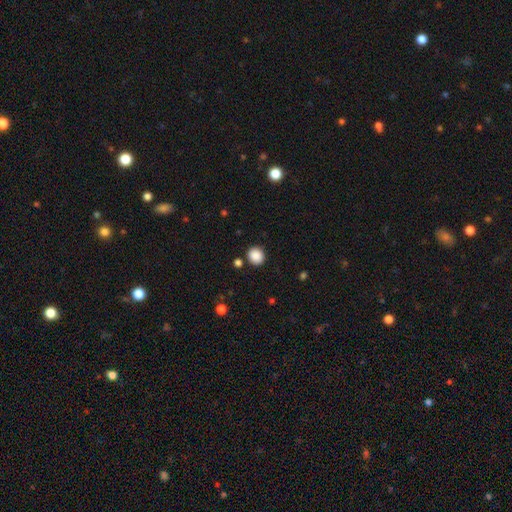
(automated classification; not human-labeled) Smooth or featured? Predicted: smooth (p=0.88). How rounded? Predicted: round (p=0.81). Merging? Predicted: none (p=0.86).